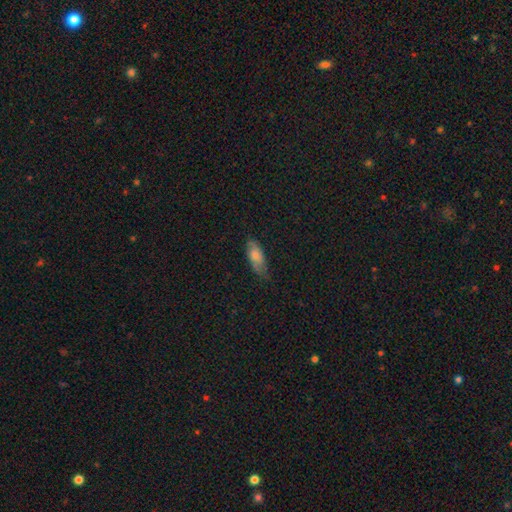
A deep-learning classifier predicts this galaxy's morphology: Smooth or featured?
  - smooth: 74% *
  - featured or disk: 19%
  - star or artifact: 7%
How rounded?
  - in between: 77% *
  - cigar-shaped: 21%
  - round: 2%
Merging?
  - none: 65% *
  - minor disturbance: 28%
  - major disturbance: 6%
  - merger: 1%